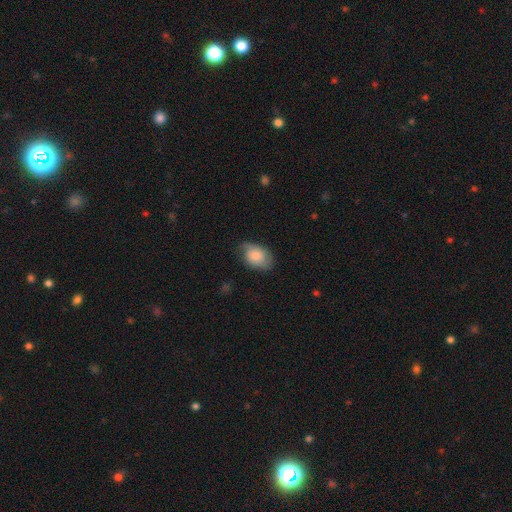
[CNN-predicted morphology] smooth-or-featured: smooth: 68% | featured or disk: 25% | star or artifact: 7%
  how-rounded: in between: 80% | round: 19% | cigar-shaped: 1%
  merging: none: 60% | minor disturbance: 29% | major disturbance: 9% | merger: 1%